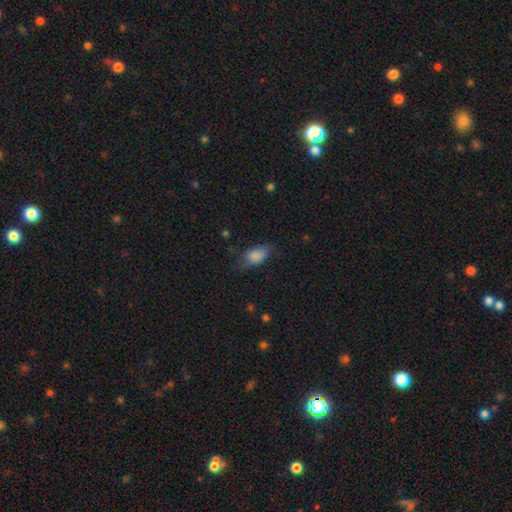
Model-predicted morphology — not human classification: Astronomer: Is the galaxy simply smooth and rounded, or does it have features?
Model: smooth — 79%.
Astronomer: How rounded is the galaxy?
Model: in between — 88%.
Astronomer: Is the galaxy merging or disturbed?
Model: none — 58%.